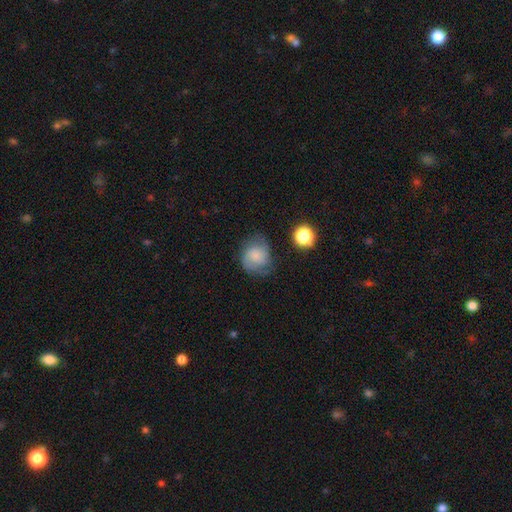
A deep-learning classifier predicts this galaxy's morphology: Smooth or featured? featured or disk (46%)
Merging? none (60%)